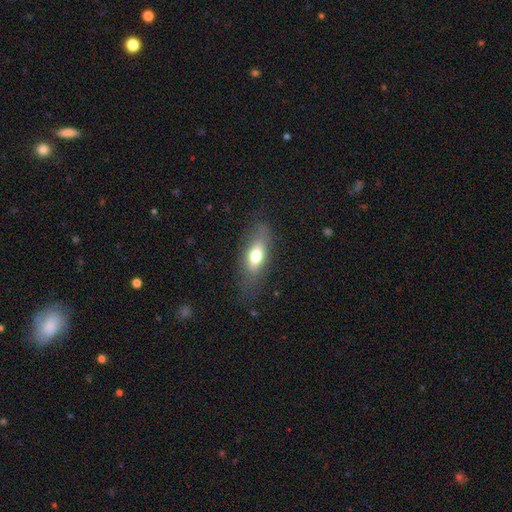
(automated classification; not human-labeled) A smooth galaxy with no disk features (64%) that is in between round and cigar-shaped (67%). Merging: none (75%).